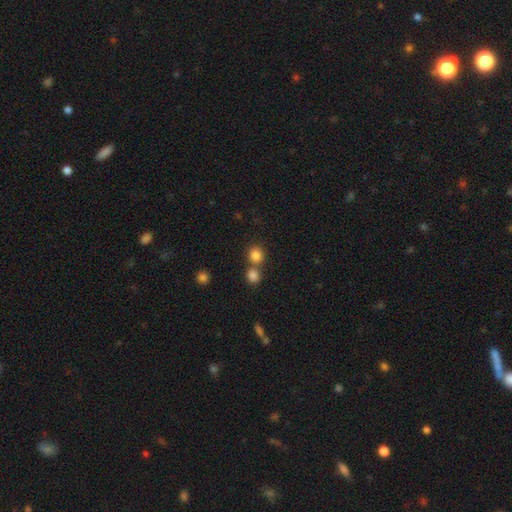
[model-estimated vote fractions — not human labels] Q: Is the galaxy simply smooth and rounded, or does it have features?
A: smooth — 83%.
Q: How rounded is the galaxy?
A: round — 85%.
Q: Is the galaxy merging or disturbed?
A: none — 55%.